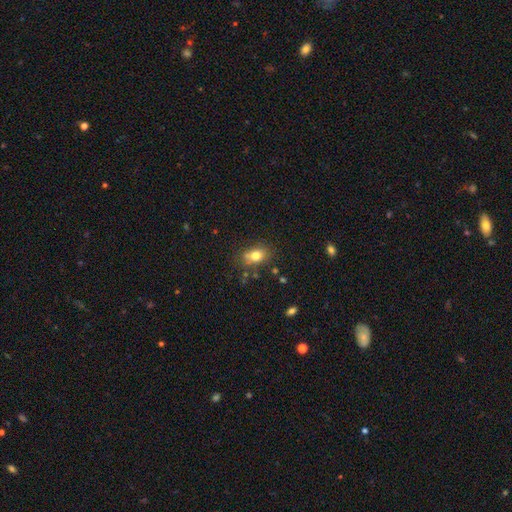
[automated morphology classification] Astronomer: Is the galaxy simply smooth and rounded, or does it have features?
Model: smooth — 77%.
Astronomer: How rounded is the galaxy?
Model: in between — 71%.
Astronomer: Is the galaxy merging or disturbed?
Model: none — 70%.